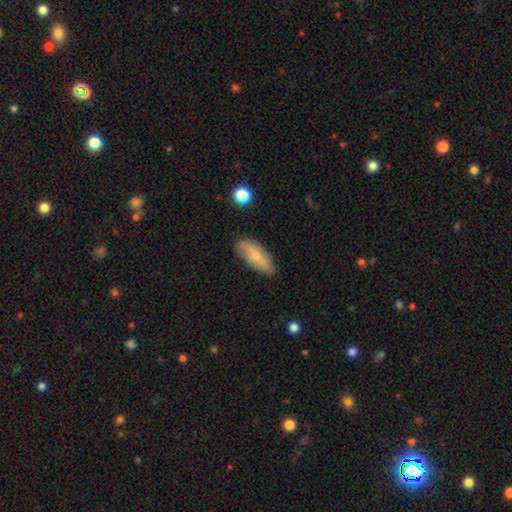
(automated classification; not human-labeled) Q: Smooth or featured?
A: smooth (63%); runner-up: featured or disk (30%)
Q: How rounded?
A: in between (80%); runner-up: cigar-shaped (17%)
Q: Merging?
A: none (78%); runner-up: minor disturbance (17%)